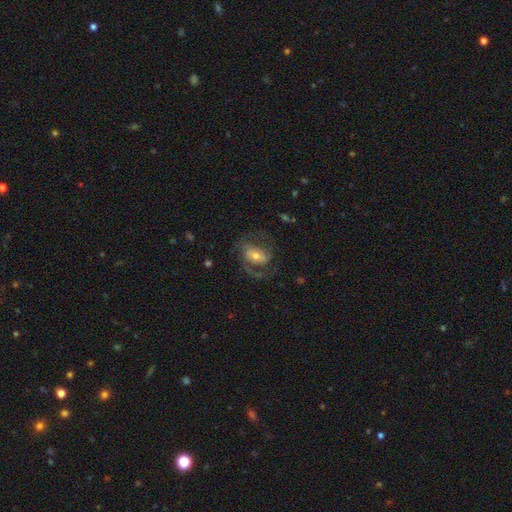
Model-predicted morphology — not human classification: A featured or disk galaxy (81%) with a weak bar (41%), 2 (81%) medium (55%) spiral arms (94%) and a moderate central bulge (54%).

Vote fractions:
- Smooth or featured? featured or disk: 81% / smooth: 13% / star or artifact: 7%
- Edge-on disk? no: 97% / yes: 3%
- Bar? weak: 41% / no: 30% / strong: 29%
- Spiral arms? yes: 94% / no: 6%
- Spiral winding? medium: 55% / loose: 28% / tight: 17%
- Spiral arm count? 2: 81% / 1: 6% / can't tell: 5% / 3: 5% / 4: 1% / more than 4: 1%
- Bulge size? moderate: 54% / small: 37% / large: 6% / none: 1% / dominant: 1%
- Merging? none: 65% / major disturbance: 17% / minor disturbance: 16% / merger: 2%